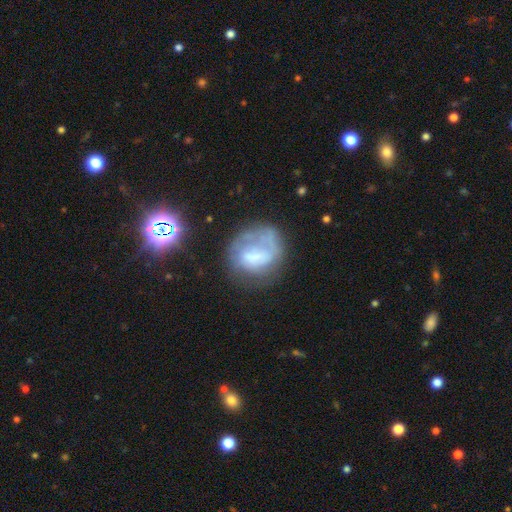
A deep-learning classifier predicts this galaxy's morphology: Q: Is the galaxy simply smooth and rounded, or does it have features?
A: featured or disk — 46%.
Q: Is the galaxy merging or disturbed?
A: none — 44%.